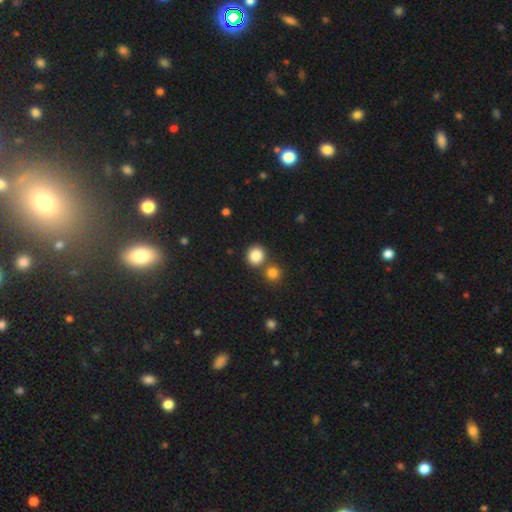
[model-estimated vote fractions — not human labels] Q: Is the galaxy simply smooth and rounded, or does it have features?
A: smooth — 85%.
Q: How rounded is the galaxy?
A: round — 86%.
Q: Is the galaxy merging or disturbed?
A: none — 70%.